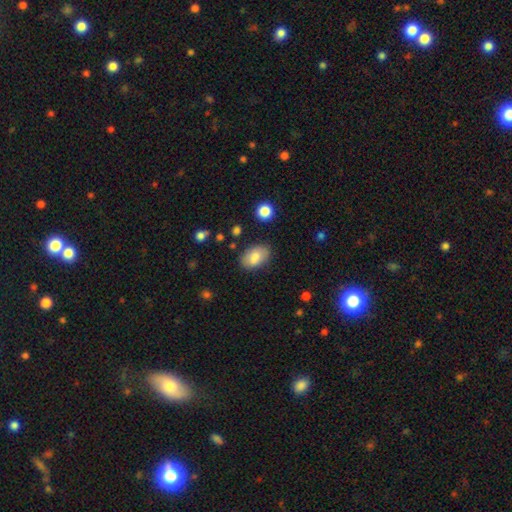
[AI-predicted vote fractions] Smooth or featured: smooth — 80% (featured or disk — 13%)
How rounded: in between — 89% (round — 9%)
Merging: none — 76% (minor disturbance — 16%)